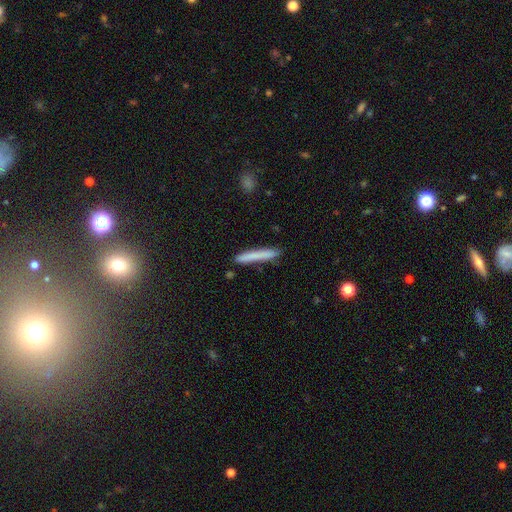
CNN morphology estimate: This is likely a smooth galaxy (76%). How rounded: clearly cigar-shaped (96%). Merging: clearly none (87%).